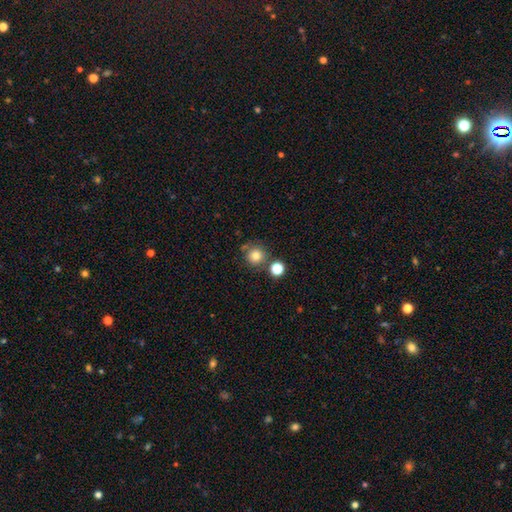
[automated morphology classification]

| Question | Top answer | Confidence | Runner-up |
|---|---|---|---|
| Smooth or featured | smooth | 79% | star or artifact (13%) |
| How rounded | round | 93% | in between (6%) |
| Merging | none | 72% | merger (15%) |